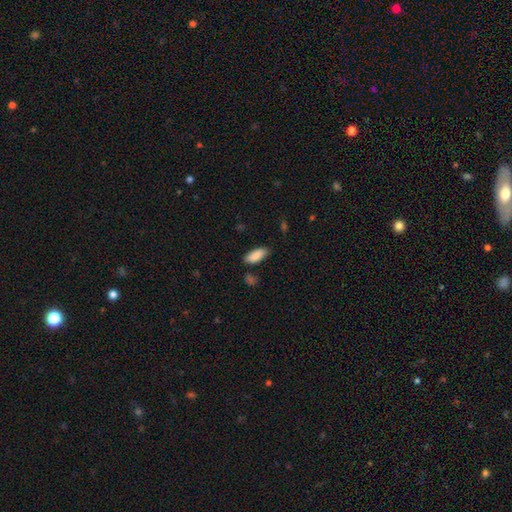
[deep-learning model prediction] smooth-or-featured: smooth: 87% | featured or disk: 7% | star or artifact: 6%
  how-rounded: in between: 82% | cigar-shaped: 16% | round: 2%
  merging: none: 81% | minor disturbance: 13% | major disturbance: 3% | merger: 3%